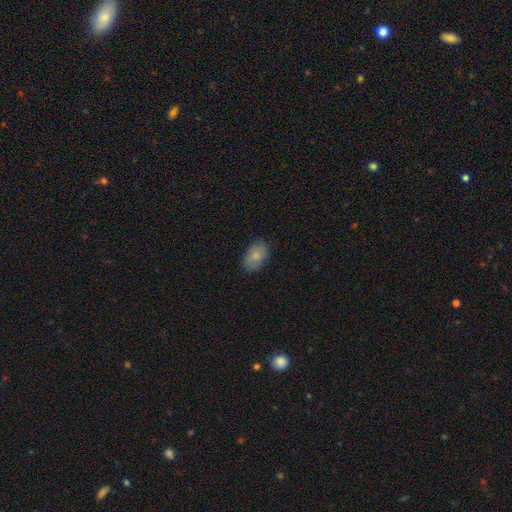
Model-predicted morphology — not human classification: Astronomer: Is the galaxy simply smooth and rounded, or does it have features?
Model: smooth — 81%.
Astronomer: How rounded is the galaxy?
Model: in between — 89%.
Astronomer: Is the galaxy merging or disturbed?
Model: none — 81%.